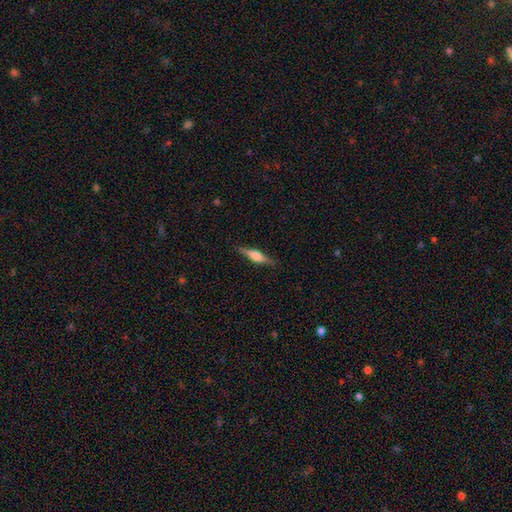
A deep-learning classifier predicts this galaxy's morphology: This appears to be a featured or disk galaxy (60%) viewed edge-on (97%) with a rounded central bulge (79%). Merging: none (87%).